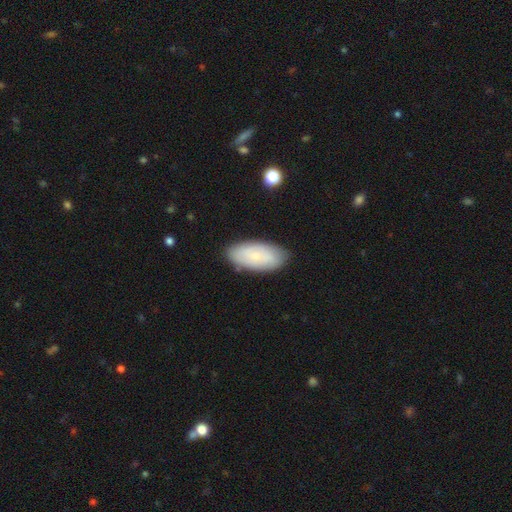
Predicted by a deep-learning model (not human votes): Smooth or featured: smooth — 67% (featured or disk — 26%)
How rounded: in between — 92% (cigar-shaped — 6%)
Merging: none — 83% (minor disturbance — 13%)